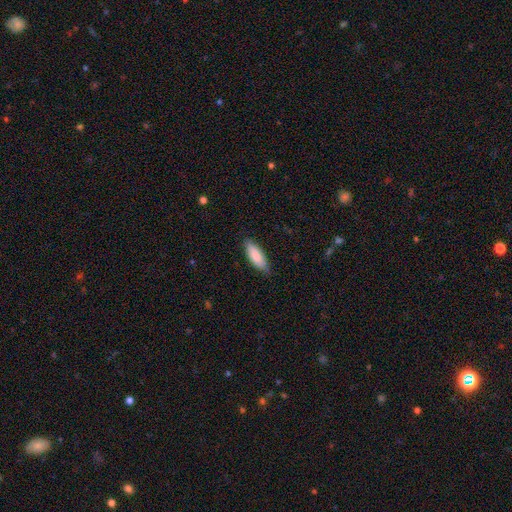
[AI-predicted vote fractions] Smooth or featured? Predicted: smooth (p=0.84). How rounded? Predicted: in between (p=0.69). Merging? Predicted: none (p=0.83).